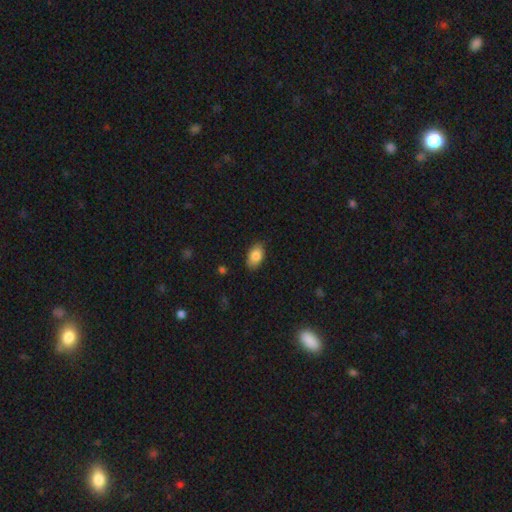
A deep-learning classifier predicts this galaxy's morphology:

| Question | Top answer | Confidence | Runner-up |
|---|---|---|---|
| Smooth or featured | smooth | 85% | featured or disk (8%) |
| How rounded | in between | 92% | round (6%) |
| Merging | none | 84% | minor disturbance (13%) |